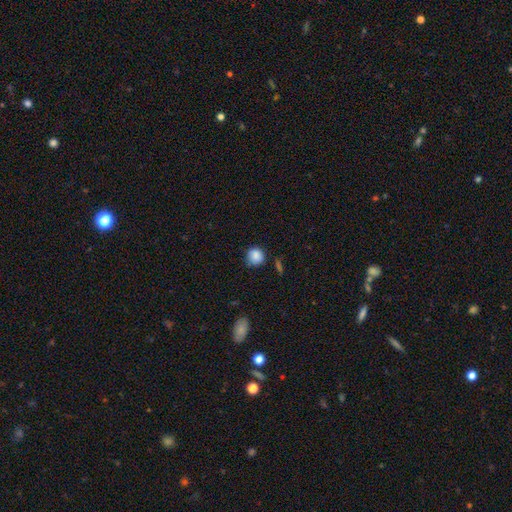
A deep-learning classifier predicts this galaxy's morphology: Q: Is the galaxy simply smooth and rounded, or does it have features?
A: smooth — 86%.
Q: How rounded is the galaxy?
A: round — 90%.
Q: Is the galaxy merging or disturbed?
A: none — 74%.